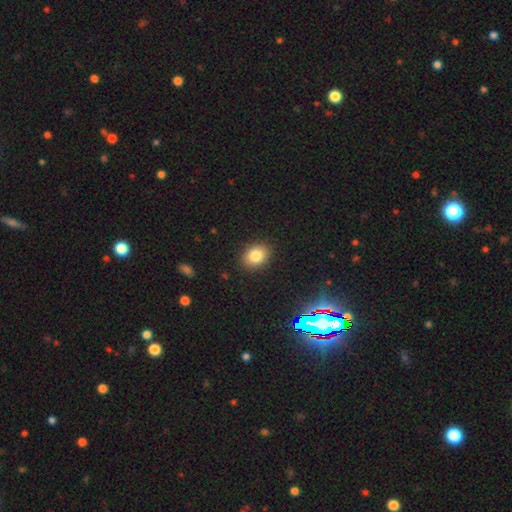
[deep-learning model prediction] smooth_or_featured: smooth (p=0.82) [alt: star or artifact p=0.11]
how_rounded: in between (p=0.57) [alt: round p=0.43]
merging: none (p=0.89) [alt: minor disturbance p=0.08]